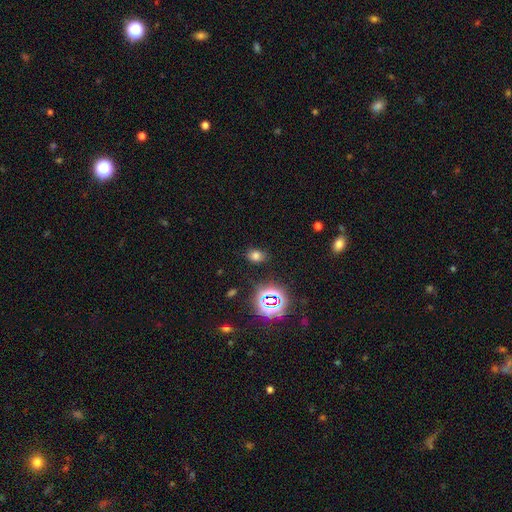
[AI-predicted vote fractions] Smooth or featured?
  - smooth: 64% *
  - star or artifact: 28%
  - featured or disk: 8%
How rounded?
  - in between: 60% *
  - round: 39%
  - cigar-shaped: 1%
Merging?
  - none: 78% *
  - minor disturbance: 15%
  - major disturbance: 4%
  - merger: 3%